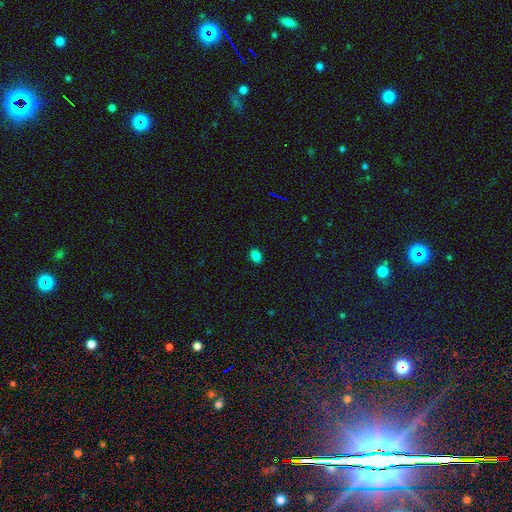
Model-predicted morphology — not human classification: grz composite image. It shows a smooth galaxy with no disk features (83%) that is in between round and cigar-shaped (85%). Merging: none (88%).